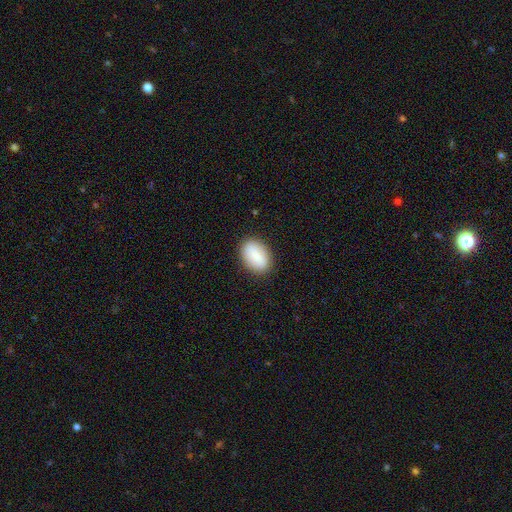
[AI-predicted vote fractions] Q: Smooth or featured?
A: smooth (80%); runner-up: featured or disk (13%)
Q: How rounded?
A: in between (87%); runner-up: round (11%)
Q: Merging?
A: none (87%); runner-up: minor disturbance (9%)